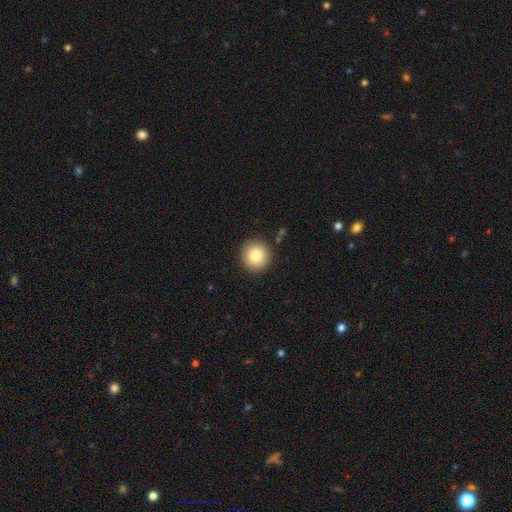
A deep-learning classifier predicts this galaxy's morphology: Smooth or featured?
  - smooth: 85% *
  - star or artifact: 9%
  - featured or disk: 7%
How rounded?
  - round: 94% *
  - in between: 5%
  - cigar-shaped: 1%
Merging?
  - none: 90% *
  - minor disturbance: 6%
  - major disturbance: 2%
  - merger: 1%